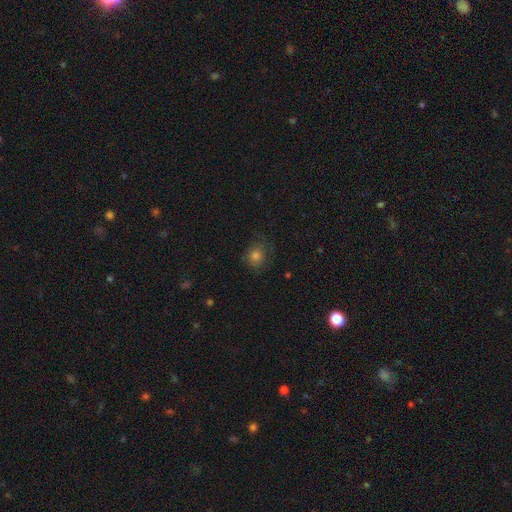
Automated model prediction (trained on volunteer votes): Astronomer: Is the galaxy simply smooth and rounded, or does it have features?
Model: smooth — 76%.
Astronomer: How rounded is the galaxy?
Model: round — 73%.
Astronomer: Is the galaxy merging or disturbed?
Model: none — 73%.